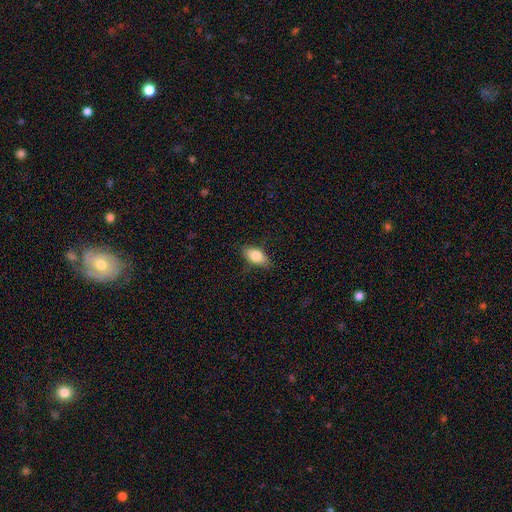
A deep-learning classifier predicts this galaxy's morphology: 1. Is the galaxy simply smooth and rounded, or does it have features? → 81% smooth, 12% featured or disk, 7% star or artifact.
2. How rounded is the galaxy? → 89% in between, 6% cigar-shaped, 5% round.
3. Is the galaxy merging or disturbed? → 81% none, 15% minor disturbance, 3% major disturbance, 1% merger.